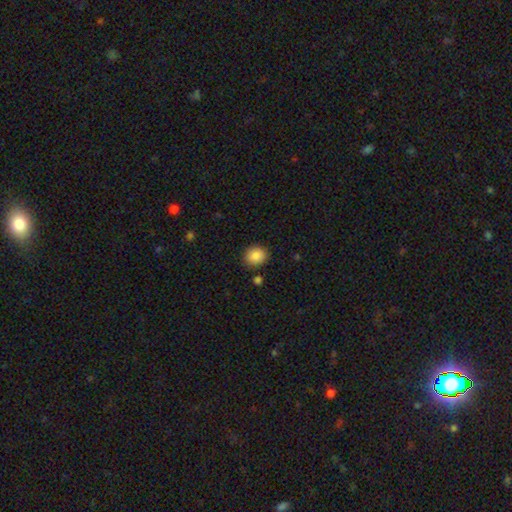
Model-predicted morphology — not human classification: Smooth or featured? smooth (88%)
How rounded? round (71%)
Merging? none (86%)